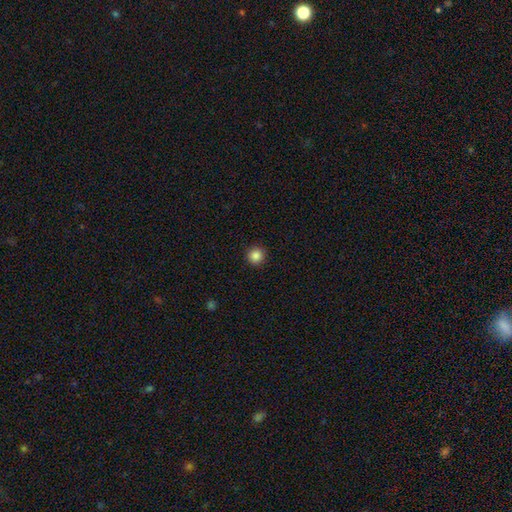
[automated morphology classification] This is clearly a smooth galaxy (86%). How rounded: clearly round (95%). Merging: clearly none (93%).